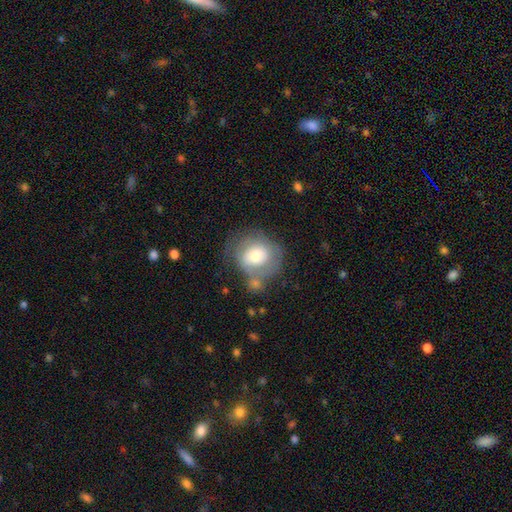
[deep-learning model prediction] This appears to be a smooth galaxy with no disk features (54%) that is round (75%). Merging: none (46%).